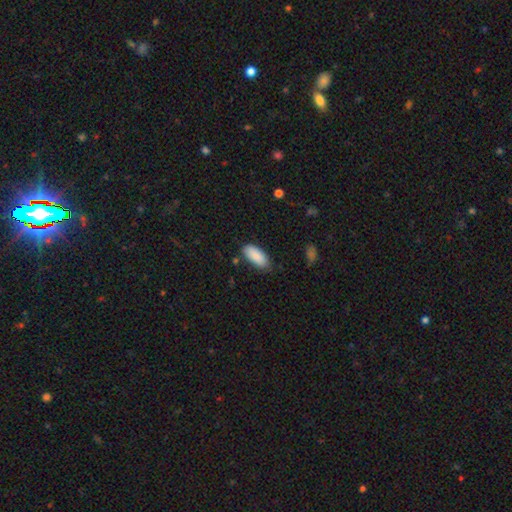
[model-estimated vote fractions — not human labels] This is clearly a smooth galaxy (87%). How rounded: clearly in between (89%). Merging: likely none (75%).